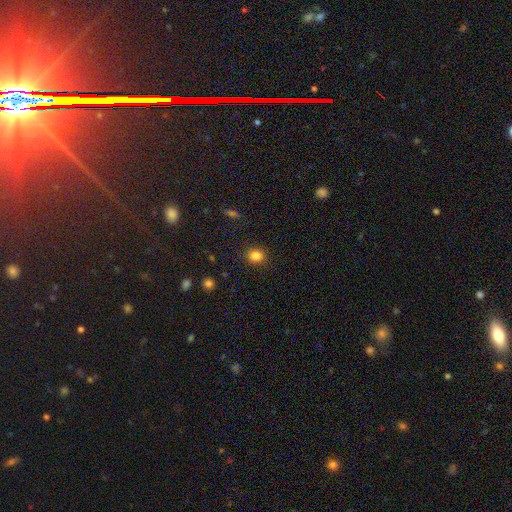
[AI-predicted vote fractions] Q: Smooth or featured?
A: smooth (83%); runner-up: star or artifact (12%)
Q: How rounded?
A: round (73%); runner-up: in between (26%)
Q: Merging?
A: none (89%); runner-up: minor disturbance (8%)